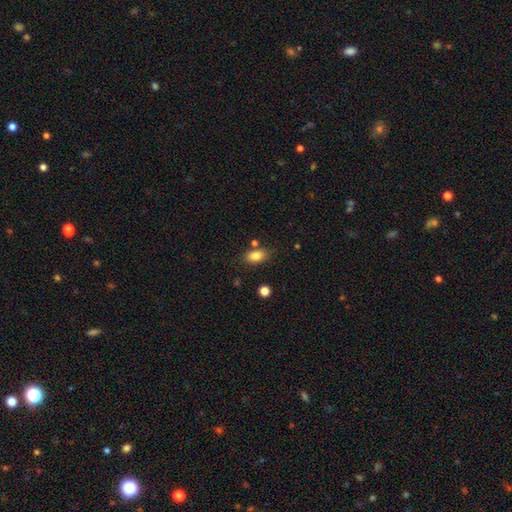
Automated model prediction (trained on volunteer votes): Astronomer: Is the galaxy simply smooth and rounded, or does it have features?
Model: smooth — 82%.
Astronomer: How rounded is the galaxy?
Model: in between — 86%.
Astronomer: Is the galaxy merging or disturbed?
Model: none — 75%.